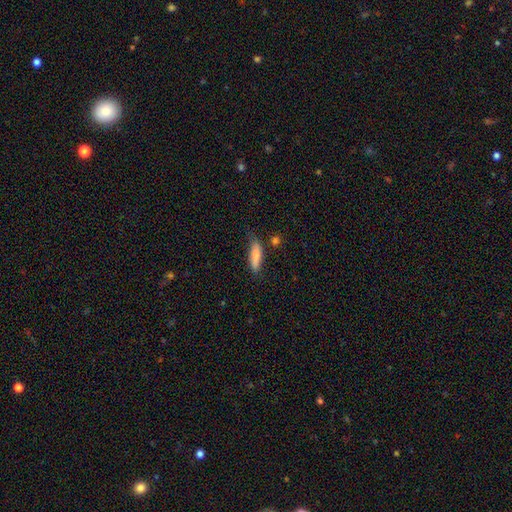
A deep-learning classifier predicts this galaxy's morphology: This is likely a smooth galaxy (79%). How rounded: possibly cigar-shaped (57%). Merging: likely none (67%).